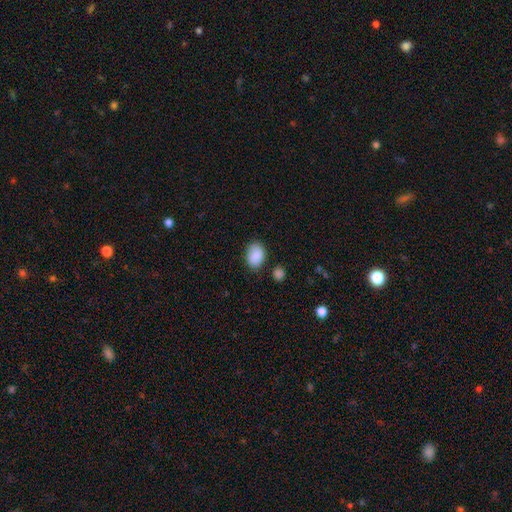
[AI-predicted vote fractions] Overall: smooth (89%). How rounded: in between (78%). Merging: none (77%).